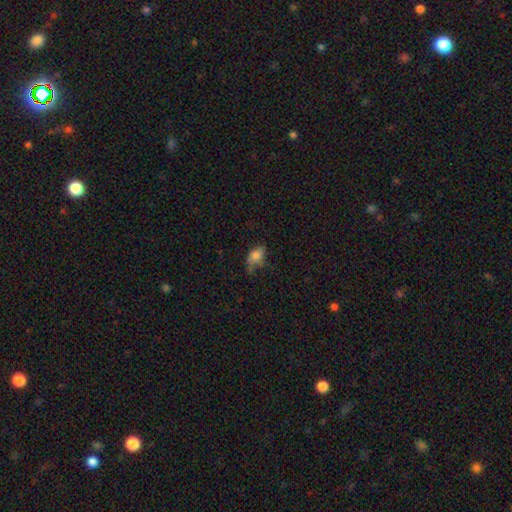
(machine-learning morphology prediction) A smooth galaxy with no disk features (74%) that is in between round and cigar-shaped (84%). Merging: none (43%).